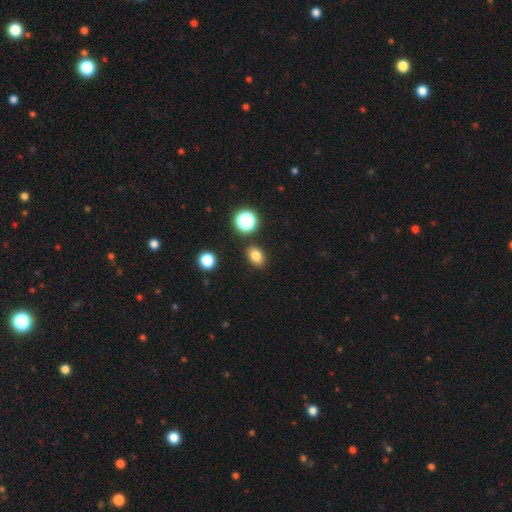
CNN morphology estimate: Smooth or featured?
  - smooth: 80% *
  - star or artifact: 13%
  - featured or disk: 7%
How rounded?
  - in between: 69% *
  - round: 30%
  - cigar-shaped: 1%
Merging?
  - none: 86% *
  - minor disturbance: 8%
  - merger: 3%
  - major disturbance: 2%